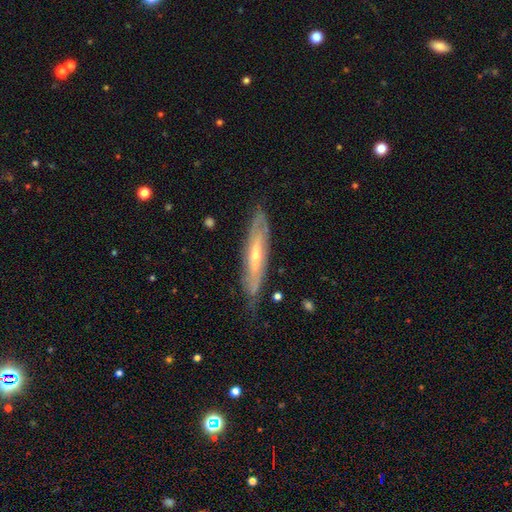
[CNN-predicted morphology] A featured or disk galaxy (67%) viewed edge-on (56%).

Vote fractions:
- Smooth or featured? featured or disk: 67% / smooth: 27% / star or artifact: 6%
- Edge-on disk? yes: 56% / no: 44%
- Merging? none: 73% / minor disturbance: 20% / major disturbance: 5% / merger: 1%